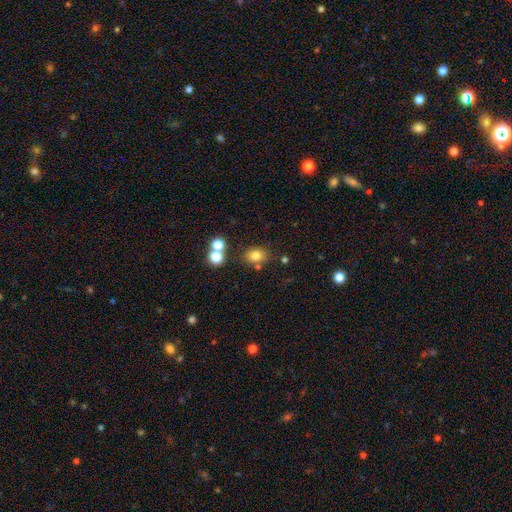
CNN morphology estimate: smooth-or-featured: smooth: 77% | star or artifact: 14% | featured or disk: 9%
  how-rounded: round: 53% | in between: 46% | cigar-shaped: 1%
  merging: none: 71% | merger: 13% | minor disturbance: 12% | major disturbance: 4%